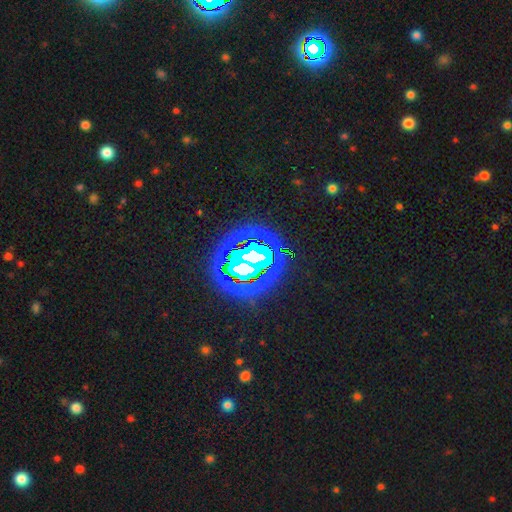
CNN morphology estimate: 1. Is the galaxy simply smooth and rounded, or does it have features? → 73% star or artifact, 14% smooth, 13% featured or disk.